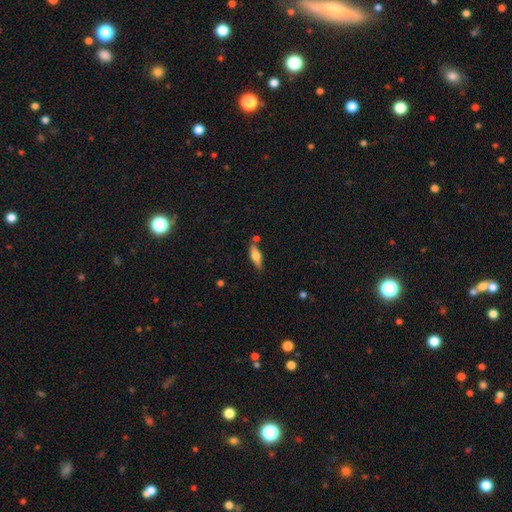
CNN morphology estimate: Smooth or featured? Predicted: smooth (p=0.55). How rounded? Predicted: cigar-shaped (p=0.51). Merging? Predicted: none (p=0.72).